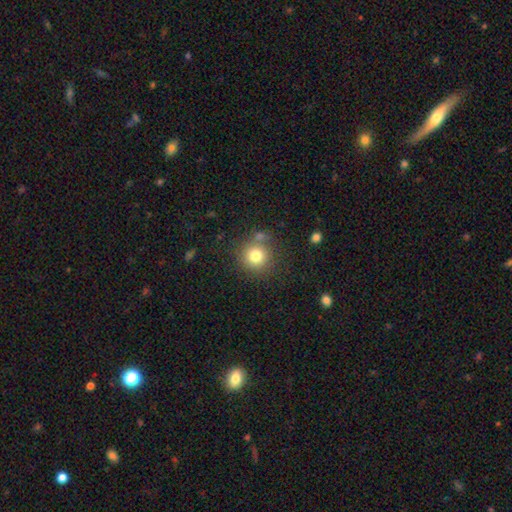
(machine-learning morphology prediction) Smooth or featured: smooth — 78% (star or artifact — 12%)
How rounded: round — 93% (in between — 6%)
Merging: none — 75% (merger — 11%)